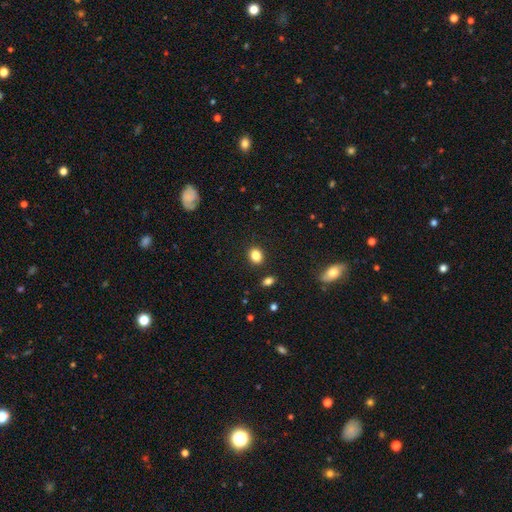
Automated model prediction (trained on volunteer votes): smooth 84%, star or artifact 11%, featured or disk 5%. Down the decision tree: how rounded — round (54%); merging — none (87%).